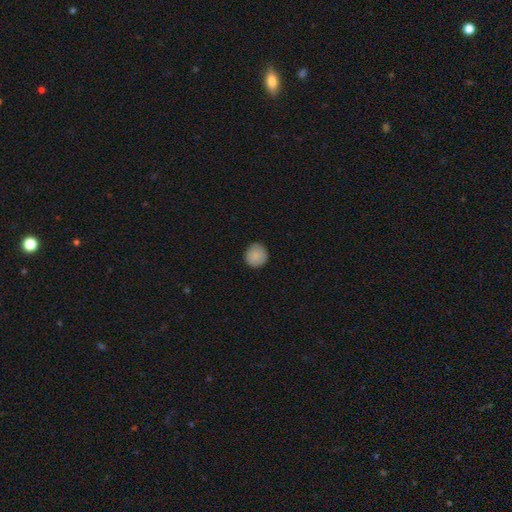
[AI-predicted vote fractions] A smooth galaxy with no disk features (88%) that is round (93%).

Vote fractions:
- Smooth or featured? smooth: 88% / star or artifact: 8% / featured or disk: 4%
- How rounded? round: 93% / in between: 6% / cigar-shaped: 1%
- Merging? none: 90% / minor disturbance: 7% / major disturbance: 2% / merger: 1%